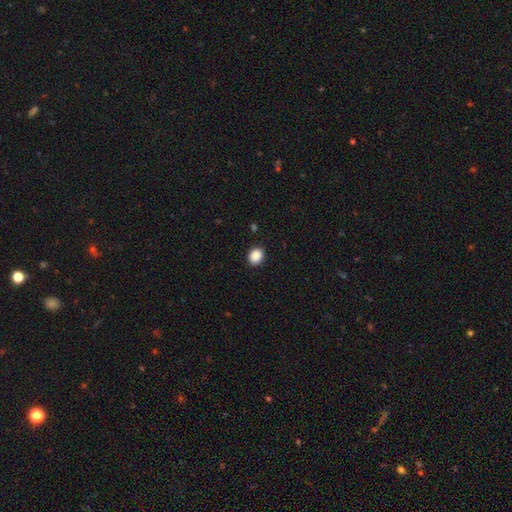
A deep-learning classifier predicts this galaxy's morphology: This is clearly a smooth galaxy (89%). How rounded: possibly round (52%). Merging: clearly none (91%).